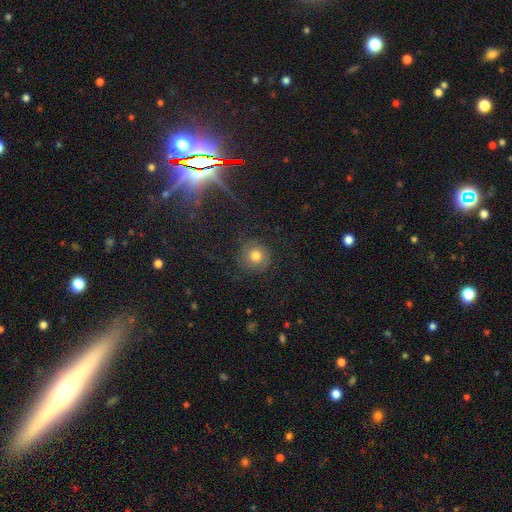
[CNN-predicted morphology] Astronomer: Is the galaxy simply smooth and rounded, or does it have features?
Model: smooth — 51% (runner-up: featured or disk, 33%).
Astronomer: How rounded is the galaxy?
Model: round — 91%.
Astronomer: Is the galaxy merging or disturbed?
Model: none — 78%.